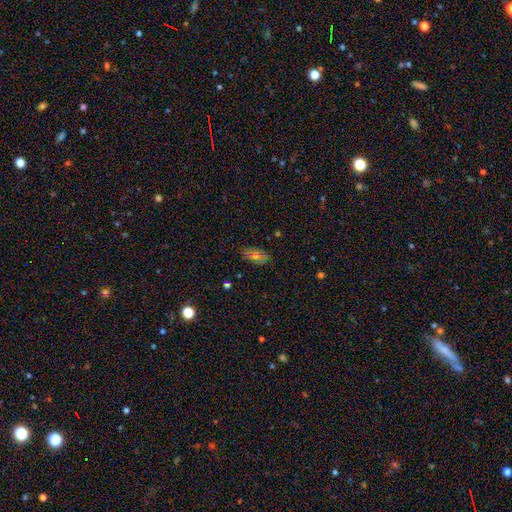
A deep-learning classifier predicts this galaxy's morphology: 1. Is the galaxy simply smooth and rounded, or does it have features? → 61% smooth, 26% featured or disk, 13% star or artifact.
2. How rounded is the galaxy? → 89% in between, 8% round, 3% cigar-shaped.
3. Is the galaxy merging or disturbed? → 83% none, 14% minor disturbance, 3% major disturbance, 1% merger.